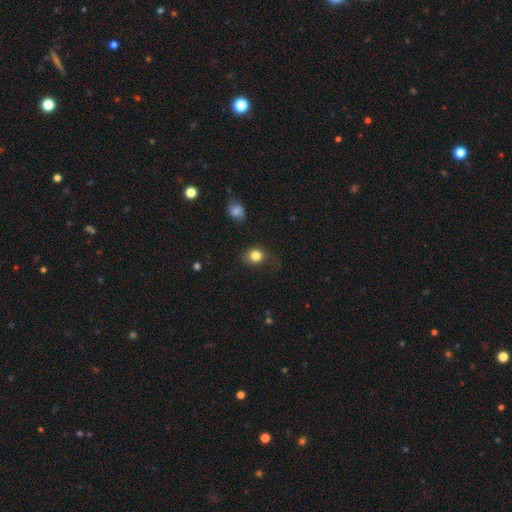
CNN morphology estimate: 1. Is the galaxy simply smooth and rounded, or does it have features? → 82% smooth, 11% star or artifact, 7% featured or disk.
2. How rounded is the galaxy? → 73% round, 26% in between, 1% cigar-shaped.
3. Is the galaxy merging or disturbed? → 68% none, 22% minor disturbance, 9% major disturbance, 2% merger.